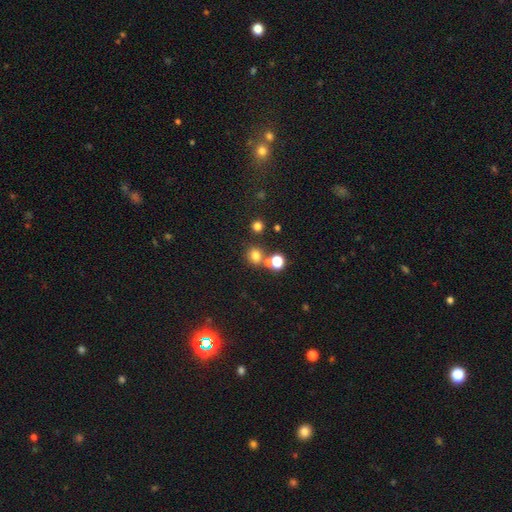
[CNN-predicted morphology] Smooth or featured: smooth — 73% (star or artifact — 20%)
How rounded: round — 82% (in between — 17%)
Merging: none — 68% (merger — 19%)